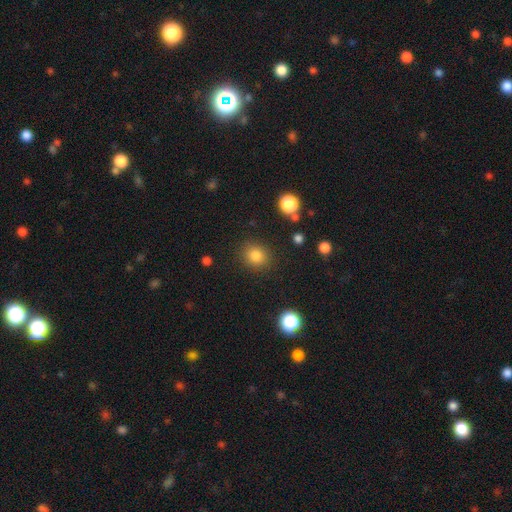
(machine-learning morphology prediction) Smooth or featured? smooth (83%)
How rounded? round (82%)
Merging? none (87%)